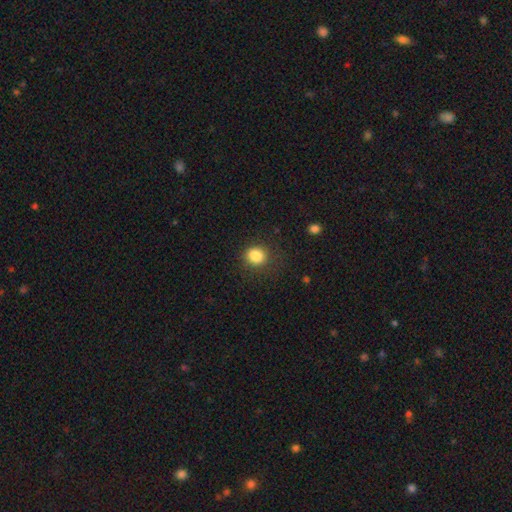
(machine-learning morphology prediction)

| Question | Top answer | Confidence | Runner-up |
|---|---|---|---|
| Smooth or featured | smooth | 85% | star or artifact (11%) |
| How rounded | round | 74% | in between (25%) |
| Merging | none | 80% | minor disturbance (14%) |